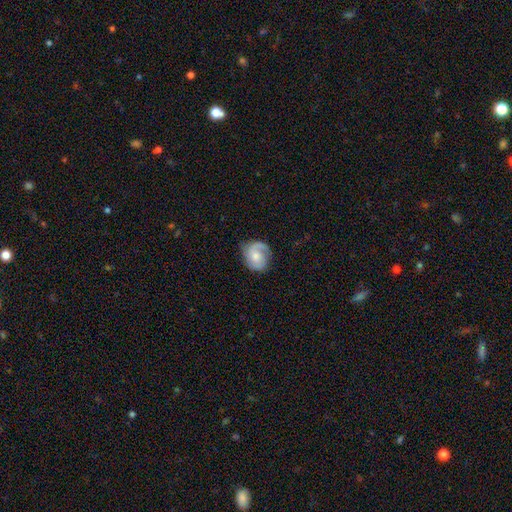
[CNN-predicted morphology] smooth-or-featured: featured or disk: 61% | smooth: 32% | star or artifact: 7%
  disk-edge-on: no: 97% | yes: 3%
    bar: no: 68% | weak: 28% | strong: 4%
    has-spiral-arms: yes: 90% | no: 10%
      spiral-winding: medium: 42% | tight: 33% | loose: 24%
      spiral-arm-count: 2: 49% | 1: 31% | can't tell: 12% | 3: 5% | 4: 1% | more than 4: 1%
    bulge-size: moderate: 52% | small: 31% | large: 8% | none: 7% | dominant: 2%
  merging: none: 64% | minor disturbance: 23% | major disturbance: 11% | merger: 1%